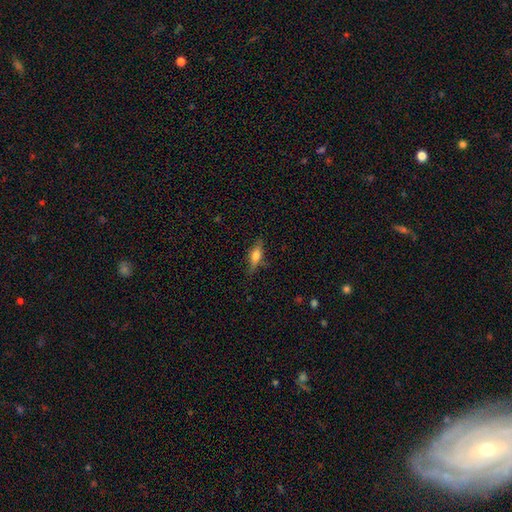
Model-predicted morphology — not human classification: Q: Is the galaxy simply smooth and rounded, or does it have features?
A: smooth — 59%.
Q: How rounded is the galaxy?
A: in between — 56%.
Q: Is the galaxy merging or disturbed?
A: none — 76%.